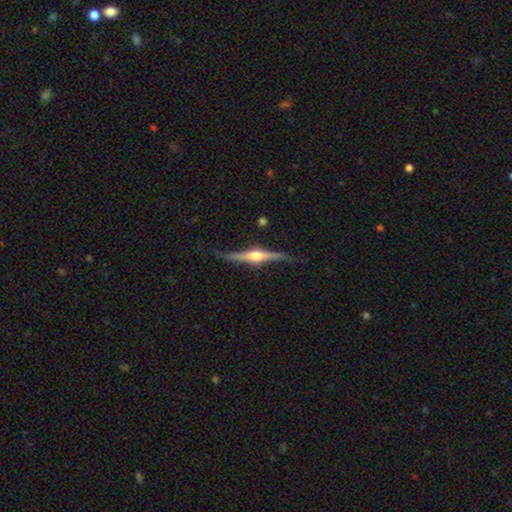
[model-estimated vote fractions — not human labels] smooth-or-featured: featured or disk: 82% | smooth: 13% | star or artifact: 5%
  disk-edge-on: yes: 97% | no: 3%
    edge-on-bulge: rounded: 92% | boxy: 6% | none: 3%
  merging: none: 79% | minor disturbance: 15% | major disturbance: 4% | merger: 2%